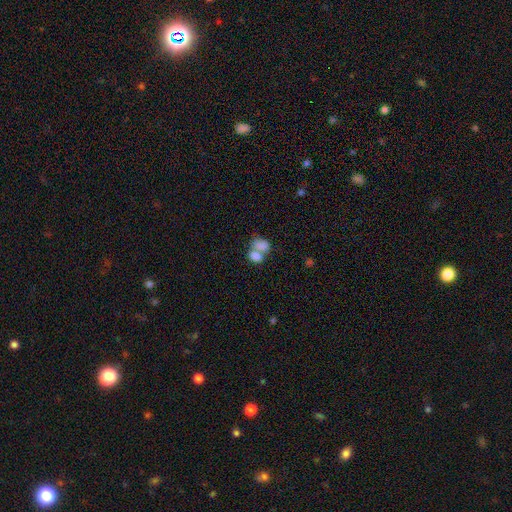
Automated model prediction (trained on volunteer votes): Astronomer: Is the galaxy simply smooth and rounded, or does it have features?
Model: smooth — 78%.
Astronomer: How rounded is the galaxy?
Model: in between — 79%.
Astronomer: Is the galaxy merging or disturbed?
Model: merger — 70%.